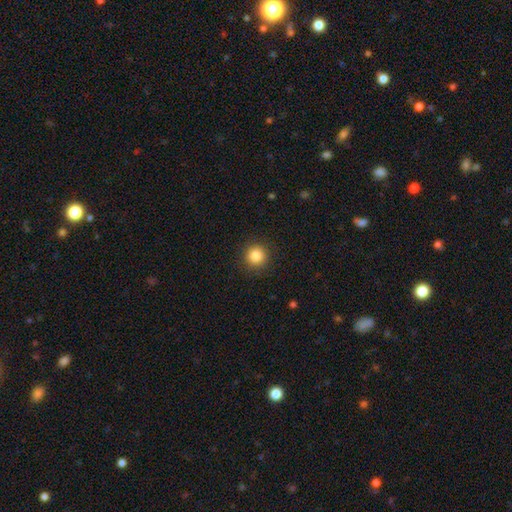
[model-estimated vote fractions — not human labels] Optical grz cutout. It shows a smooth galaxy with no disk features (85%) that is round (95%). Merging: none (91%).